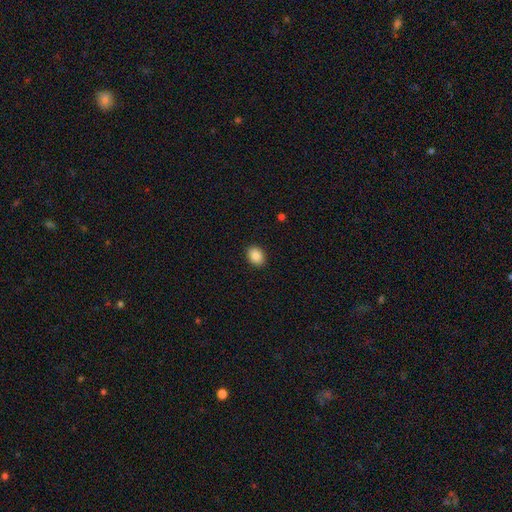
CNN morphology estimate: A smooth galaxy with no disk features (88%) that is in between round and cigar-shaped (67%).

Vote fractions:
- Smooth or featured? smooth: 88% / star or artifact: 8% / featured or disk: 4%
- How rounded? in between: 67% / round: 32% / cigar-shaped: 1%
- Merging? none: 90% / minor disturbance: 7% / major disturbance: 2% / merger: 1%